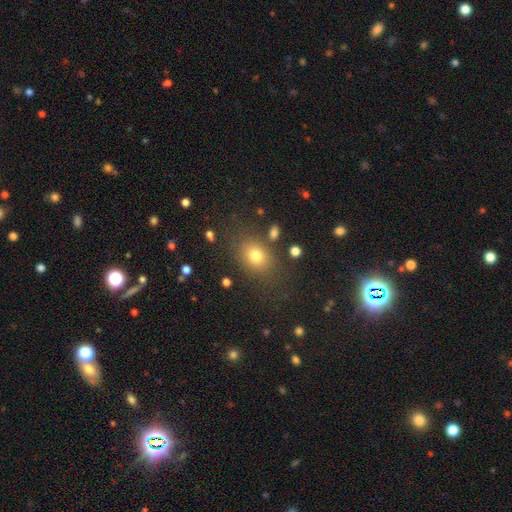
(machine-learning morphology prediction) Smooth or featured?
  - smooth: 77% *
  - star or artifact: 14%
  - featured or disk: 9%
How rounded?
  - in between: 58% *
  - round: 40%
  - cigar-shaped: 1%
Merging?
  - none: 77% *
  - minor disturbance: 12%
  - major disturbance: 6%
  - merger: 4%